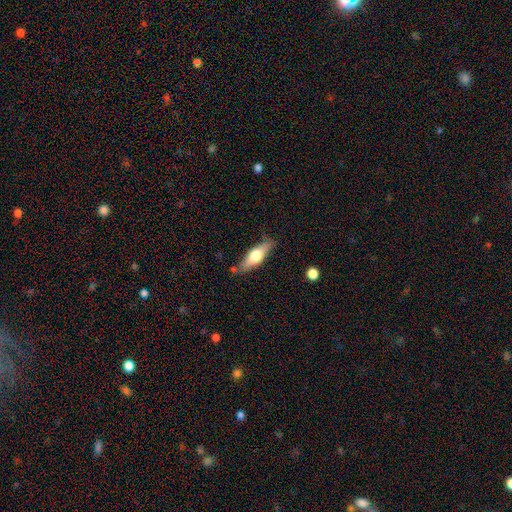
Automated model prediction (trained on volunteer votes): Smooth or featured?
  - smooth: 53% *
  - featured or disk: 42%
  - star or artifact: 6%
How rounded?
  - in between: 53% *
  - cigar-shaped: 44%
  - round: 3%
Merging?
  - none: 76% *
  - minor disturbance: 17%
  - merger: 4%
  - major disturbance: 4%